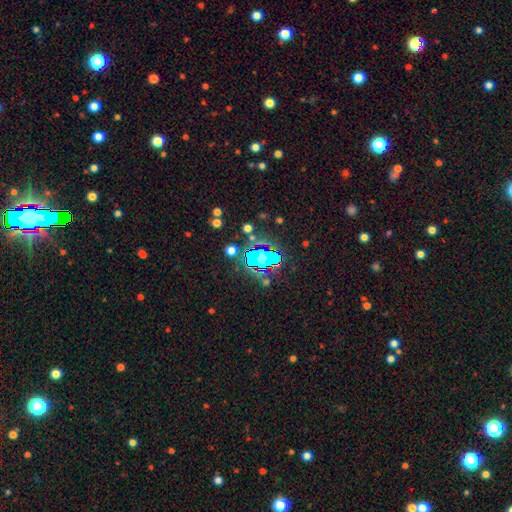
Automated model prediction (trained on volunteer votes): Q: Smooth or featured?
A: star or artifact (70%); runner-up: smooth (17%)